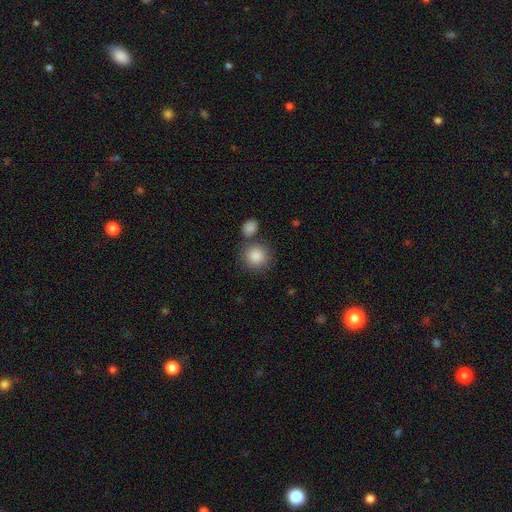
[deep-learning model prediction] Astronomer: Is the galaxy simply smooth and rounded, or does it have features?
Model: smooth — 87%.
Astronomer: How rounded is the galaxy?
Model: round — 89%.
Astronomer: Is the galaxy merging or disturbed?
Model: none — 69%.